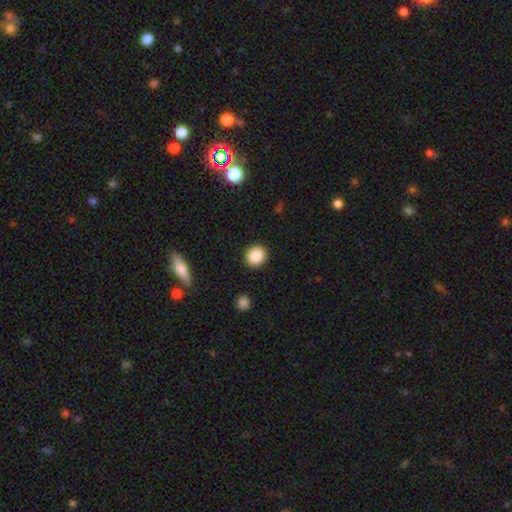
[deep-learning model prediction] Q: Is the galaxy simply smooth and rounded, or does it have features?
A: smooth — 87%.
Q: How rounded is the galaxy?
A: round — 80%.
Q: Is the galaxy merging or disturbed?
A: none — 90%.